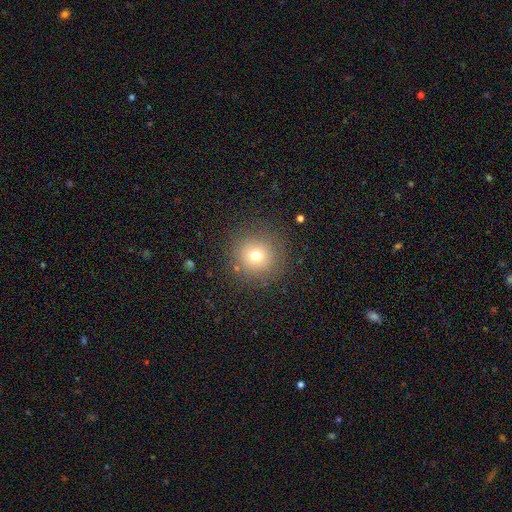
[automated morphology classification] Smooth or featured?
  - smooth: 72% *
  - star or artifact: 17%
  - featured or disk: 12%
How rounded?
  - round: 95% *
  - in between: 4%
  - cigar-shaped: 1%
Merging?
  - none: 87% *
  - minor disturbance: 8%
  - major disturbance: 4%
  - merger: 1%